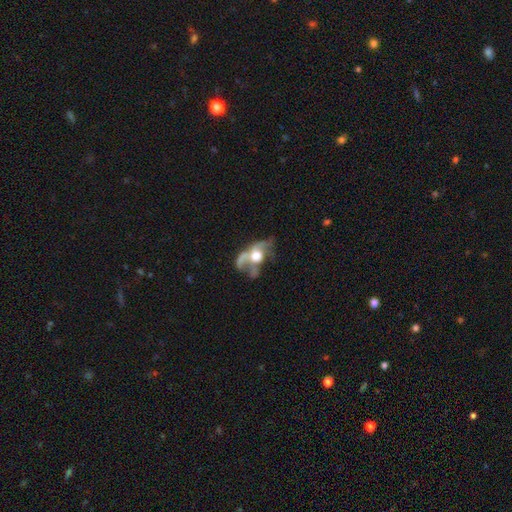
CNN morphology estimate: smooth-or-featured: featured or disk: 60% | smooth: 30% | star or artifact: 11%
  disk-edge-on: no: 86% | yes: 14%
    bar: no: 84% | weak: 11% | strong: 4%
    has-spiral-arms: no: 66% | yes: 34%
    bulge-size: large: 47% | moderate: 38% | dominant: 7% | small: 5% | none: 4%
  merging: major disturbance: 44% | none: 23% | merger: 19% | minor disturbance: 14%